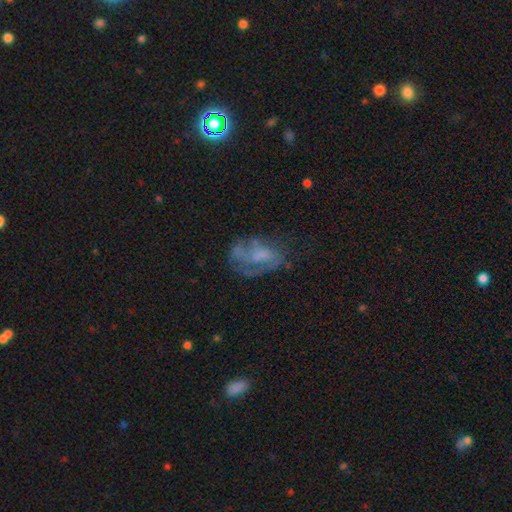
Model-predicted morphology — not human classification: featured or disk 57%, smooth 32%, star or artifact 11%. Down the decision tree: edge-on disk — no (97%); bar — no (70%); spiral arms — yes (51%); bulge size — none (46%); merging — none (44%).